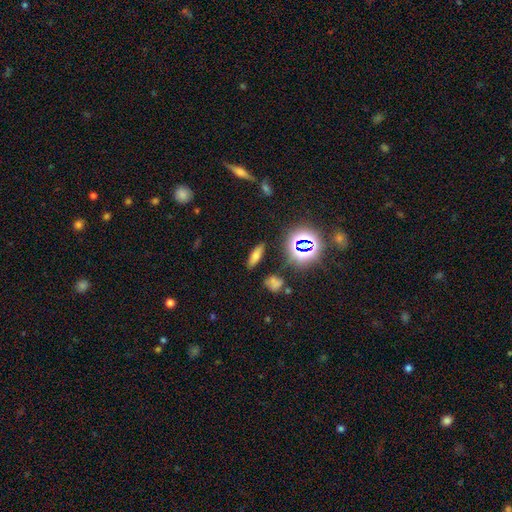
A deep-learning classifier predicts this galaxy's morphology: smooth-or-featured: smooth: 63% | star or artifact: 22% | featured or disk: 15%
  how-rounded: in between: 54% | cigar-shaped: 40% | round: 6%
  merging: none: 85% | minor disturbance: 9% | merger: 3% | major disturbance: 3%